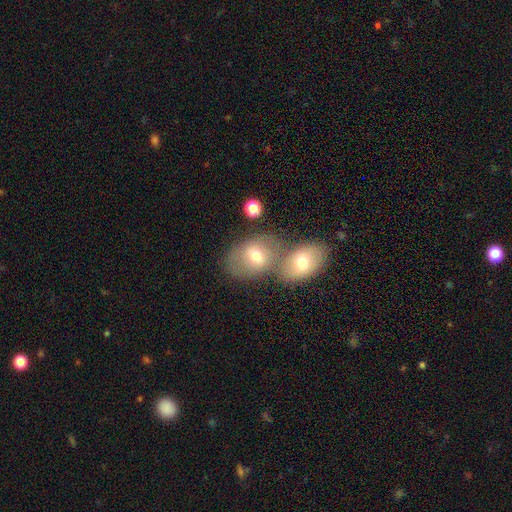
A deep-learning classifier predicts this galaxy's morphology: Smooth or featured? smooth (68%)
How rounded? in between (66%)
Merging? merger (47%)